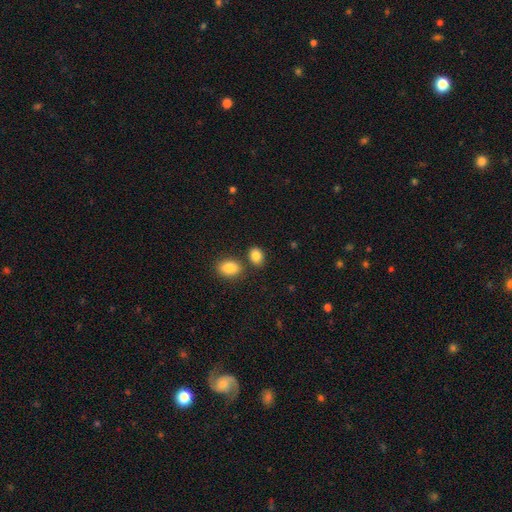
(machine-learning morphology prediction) Smooth or featured? smooth (85%)
How rounded? in between (65%)
Merging? none (70%)